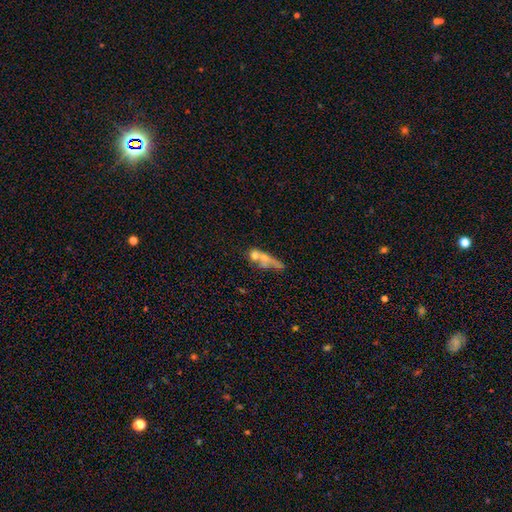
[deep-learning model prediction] Q: Smooth or featured?
A: smooth (51%); runner-up: featured or disk (36%)
Q: How rounded?
A: in between (42%); runner-up: cigar-shaped (34%)
Q: Merging?
A: merger (49%); runner-up: none (24%)